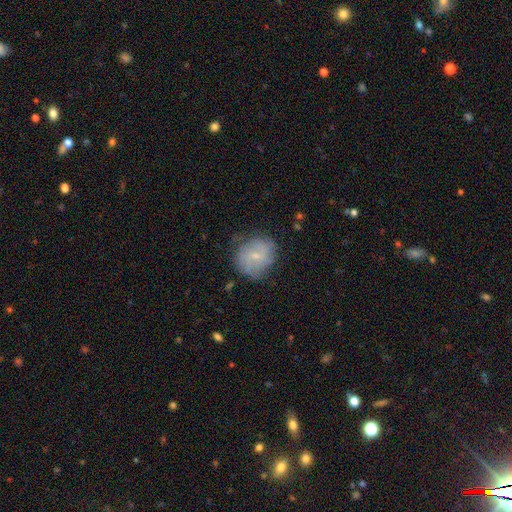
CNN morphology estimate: Smooth or featured? Predicted: smooth (p=0.49). Merging? Predicted: none (p=0.64).